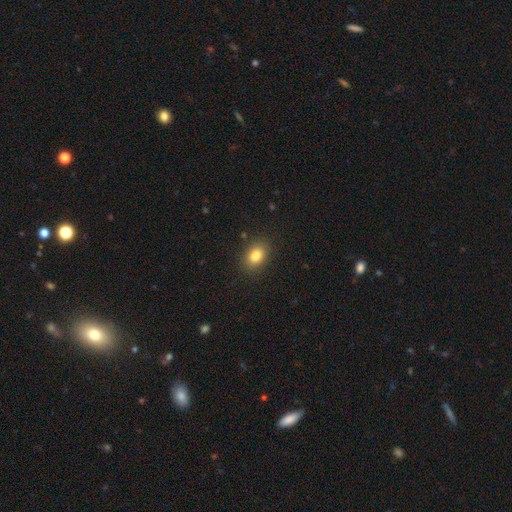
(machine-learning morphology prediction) This is clearly a smooth galaxy (83%). How rounded: likely in between (72%). Merging: clearly none (87%).